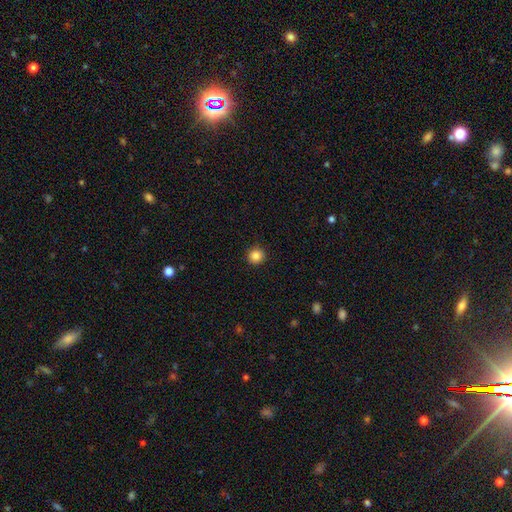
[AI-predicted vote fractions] Smooth or featured? Predicted: smooth (p=0.86). How rounded? Predicted: round (p=0.95). Merging? Predicted: none (p=0.93).